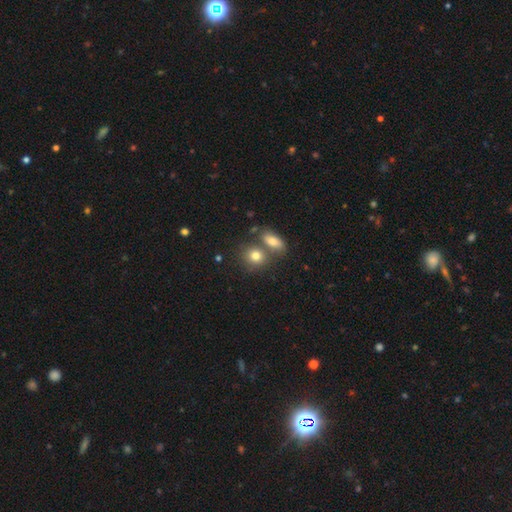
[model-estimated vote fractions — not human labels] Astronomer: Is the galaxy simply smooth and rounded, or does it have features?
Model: smooth — 79%.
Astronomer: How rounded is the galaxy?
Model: round — 59% (runner-up: in between, 39%).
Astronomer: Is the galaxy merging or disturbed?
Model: none — 51% (runner-up: merger, 36%).